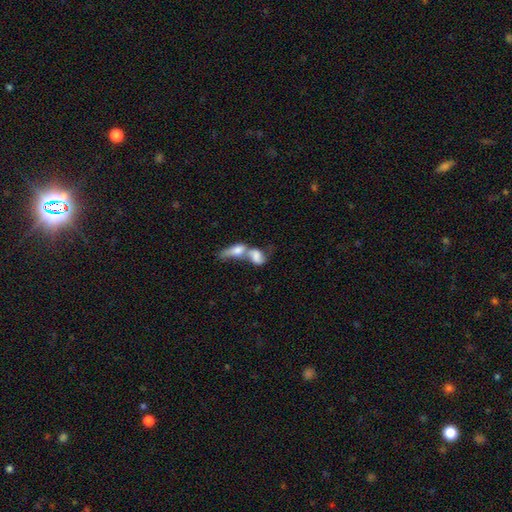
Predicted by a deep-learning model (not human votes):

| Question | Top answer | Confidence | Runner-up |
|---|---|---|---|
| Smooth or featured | smooth | 63% | featured or disk (28%) |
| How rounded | in between | 76% | cigar-shaped (12%) |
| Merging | merger | 80% | none (9%) |